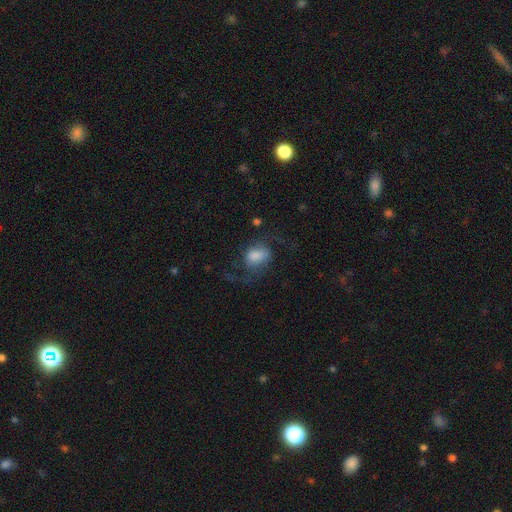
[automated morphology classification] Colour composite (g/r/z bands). It shows a featured or disk galaxy (48%). Merging: none (49%).